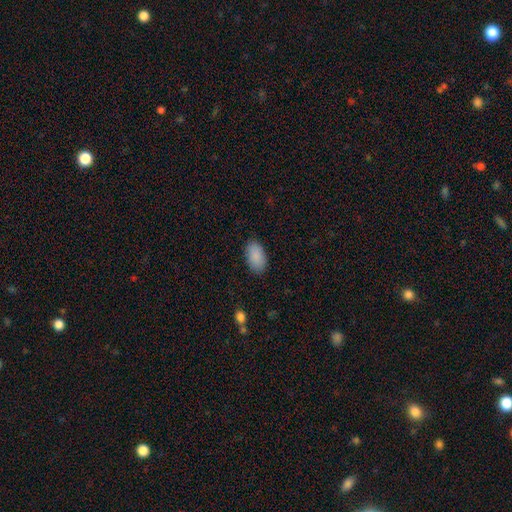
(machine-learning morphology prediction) This is clearly a smooth galaxy (90%). How rounded: clearly in between (94%). Merging: clearly none (86%).